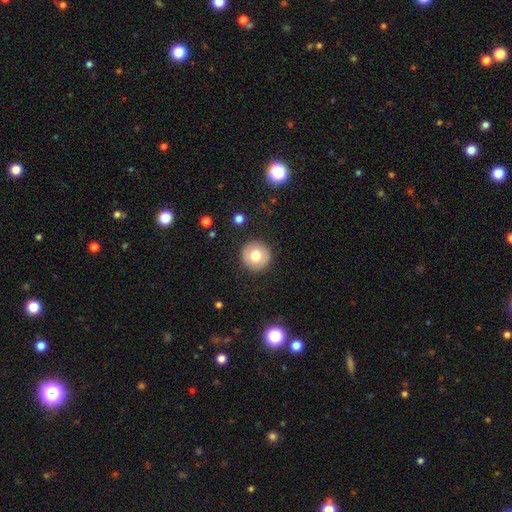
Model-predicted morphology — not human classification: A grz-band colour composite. It shows a smooth galaxy with no disk features (73%) that is round (95%). Merging: none (90%).